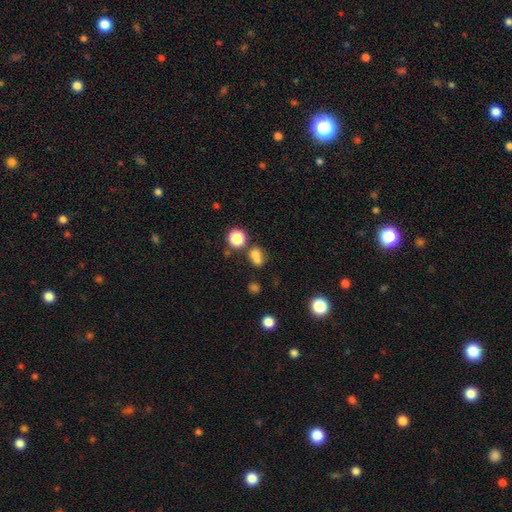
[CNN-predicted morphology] Smooth or featured? smooth (72%)
How rounded? round (65%)
Merging? merger (44%)